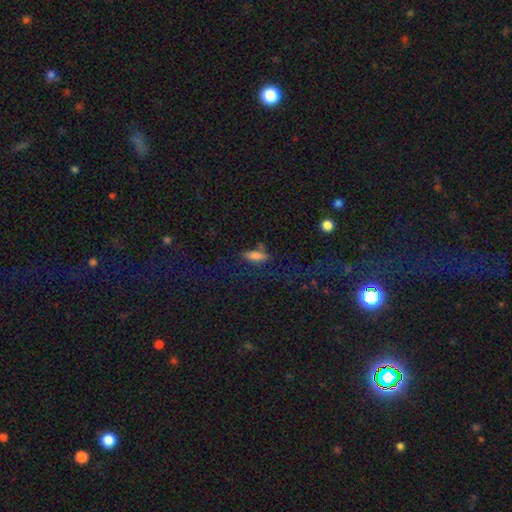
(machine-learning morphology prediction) Smooth or featured?
  - smooth: 75% *
  - featured or disk: 13%
  - star or artifact: 12%
How rounded?
  - in between: 59% *
  - cigar-shaped: 36%
  - round: 4%
Merging?
  - none: 63% *
  - minor disturbance: 20%
  - major disturbance: 9%
  - merger: 8%